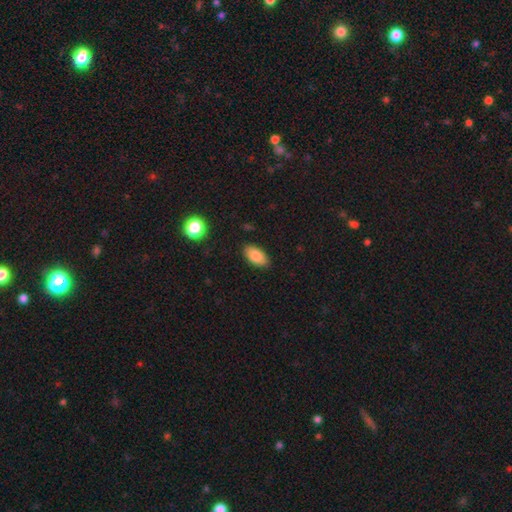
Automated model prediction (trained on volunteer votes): Morphology: type=smooth (85%); roundness=in between (92%); merging=none (87%).